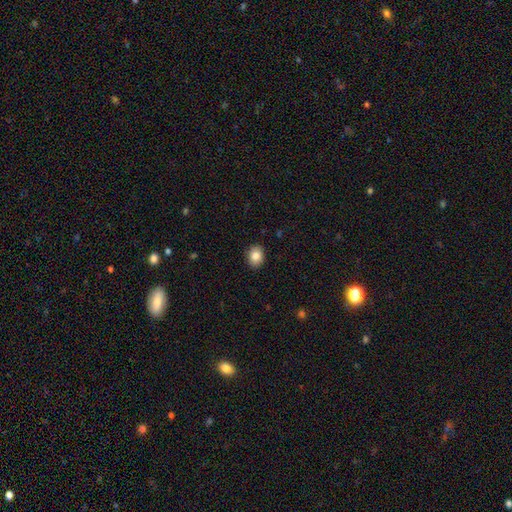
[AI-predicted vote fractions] Overall: smooth (85%). How rounded: in between (52%; round 47%). Merging: none (89%).